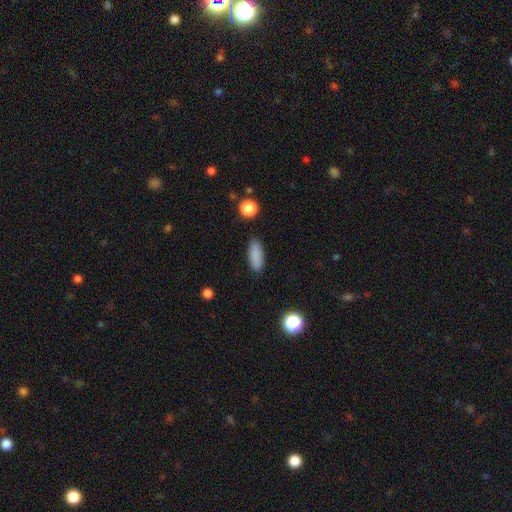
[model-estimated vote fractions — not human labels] smooth-or-featured: smooth: 88% | star or artifact: 8% | featured or disk: 5%
  how-rounded: in between: 67% | cigar-shaped: 31% | round: 3%
  merging: none: 88% | minor disturbance: 9% | major disturbance: 2% | merger: 1%